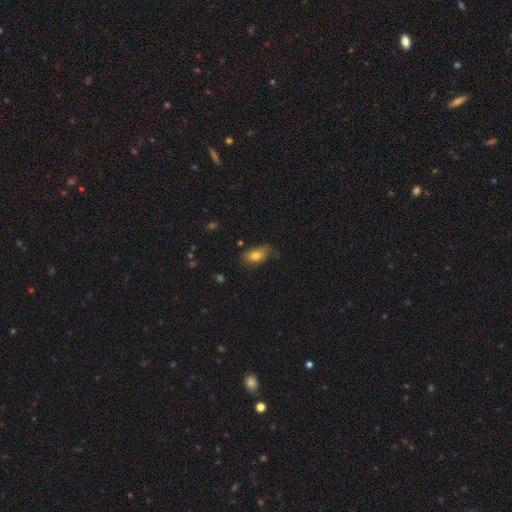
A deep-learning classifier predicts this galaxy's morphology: type=smooth (74%); roundness=in between (86%); merging=none (52%).